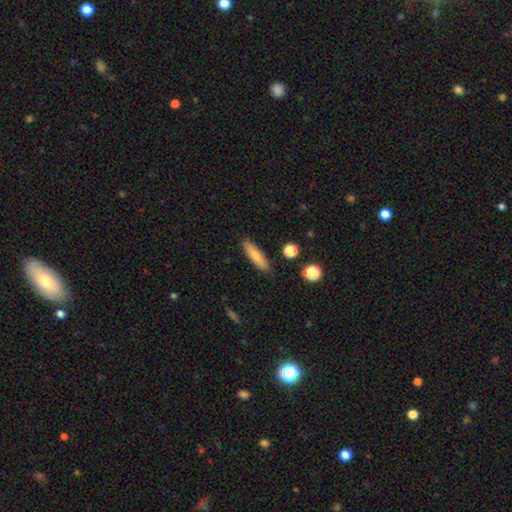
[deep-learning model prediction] Smooth or featured?
  - smooth: 73% *
  - featured or disk: 20%
  - star or artifact: 7%
How rounded?
  - cigar-shaped: 70% *
  - in between: 28%
  - round: 2%
Merging?
  - none: 87% *
  - minor disturbance: 9%
  - major disturbance: 2%
  - merger: 2%